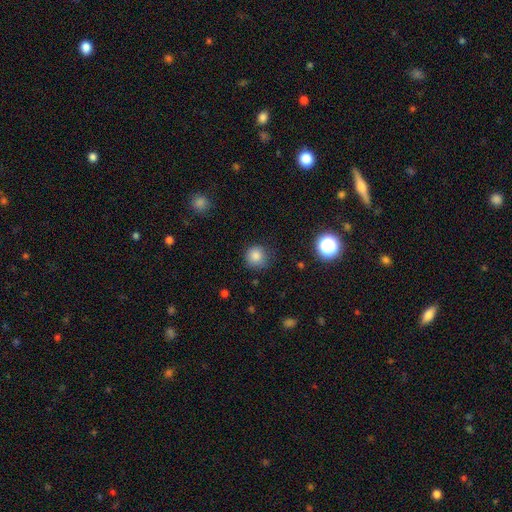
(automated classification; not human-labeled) Smooth or featured? smooth (83%)
How rounded? round (93%)
Merging? none (83%)